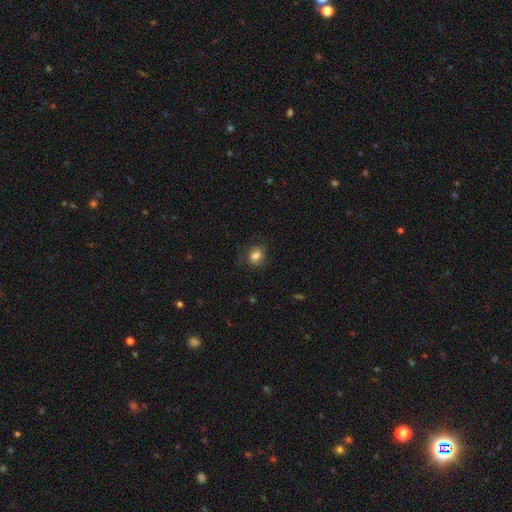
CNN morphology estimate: Q: Smooth or featured?
A: smooth (78%); runner-up: featured or disk (11%)
Q: How rounded?
A: round (59%); runner-up: in between (40%)
Q: Merging?
A: none (68%); runner-up: minor disturbance (21%)